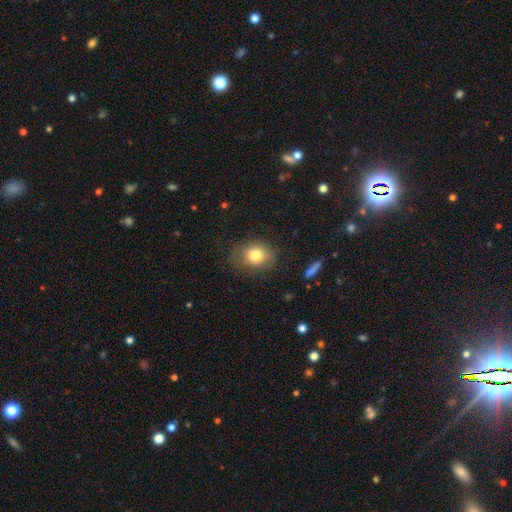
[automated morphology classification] Q: Smooth or featured?
A: smooth (77%); runner-up: featured or disk (12%)
Q: How rounded?
A: round (54%); runner-up: in between (45%)
Q: Merging?
A: none (74%); runner-up: minor disturbance (18%)